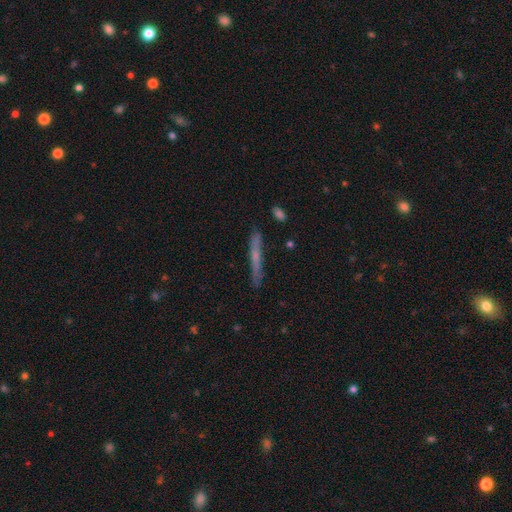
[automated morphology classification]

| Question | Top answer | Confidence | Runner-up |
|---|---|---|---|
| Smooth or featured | smooth | 48% | featured or disk (44%) |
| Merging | none | 82% | minor disturbance (13%) |